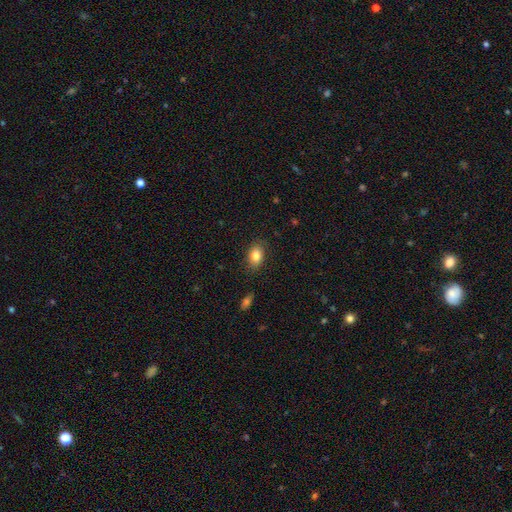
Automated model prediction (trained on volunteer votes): smooth 83%, star or artifact 9%, featured or disk 8%. Down the decision tree: how rounded — in between (80%); merging — none (83%).